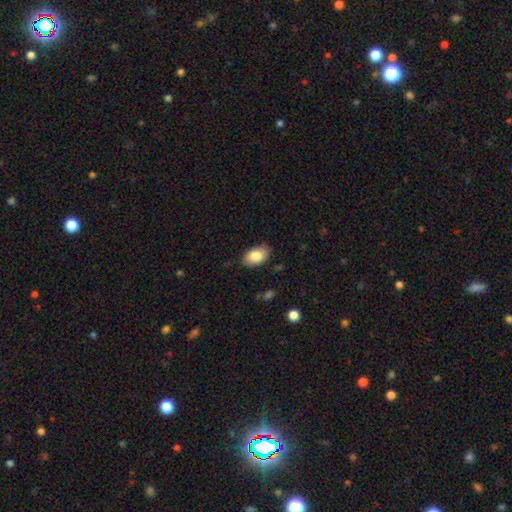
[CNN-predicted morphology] Overall: smooth (84%). How rounded: in between (93%). Merging: none (84%).